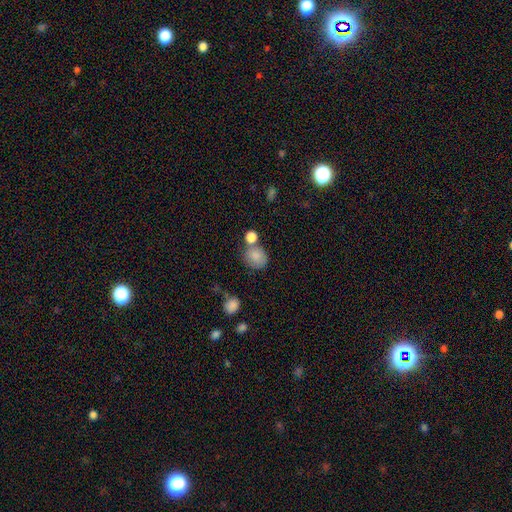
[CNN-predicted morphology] The model was most divided on "merging": none: 56%, merger: 24%, minor disturbance: 15%, major disturbance: 6%. More confident: smooth or featured — smooth (83%); how rounded — round (75%).